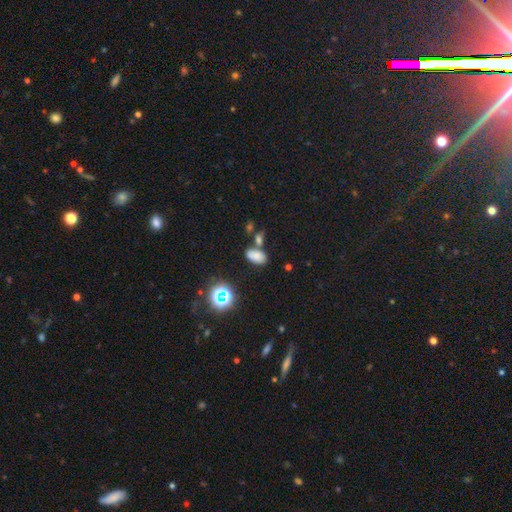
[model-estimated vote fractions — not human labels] Overall: smooth (69%). How rounded: in between (90%). Merging: none (56%; merger 26%).